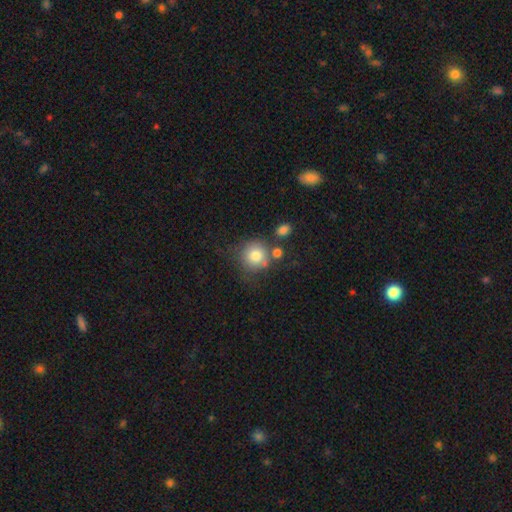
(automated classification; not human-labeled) This is likely a smooth galaxy (79%). How rounded: clearly round (90%). Merging: likely none (62%).